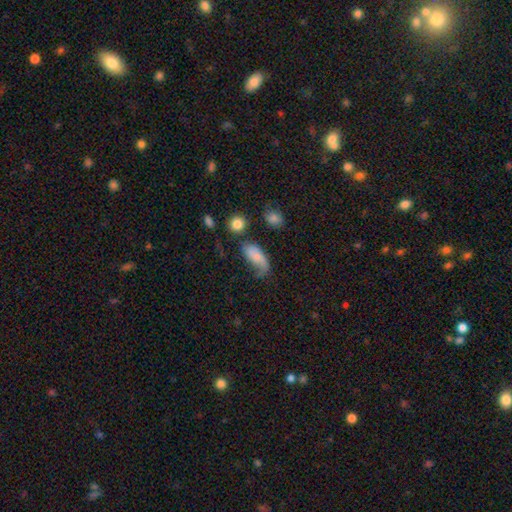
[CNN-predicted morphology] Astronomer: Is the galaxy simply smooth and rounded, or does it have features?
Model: smooth — 58%.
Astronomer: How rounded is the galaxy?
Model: in between — 87%.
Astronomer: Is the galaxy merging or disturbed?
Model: none — 35% (runner-up: major disturbance, 31%).